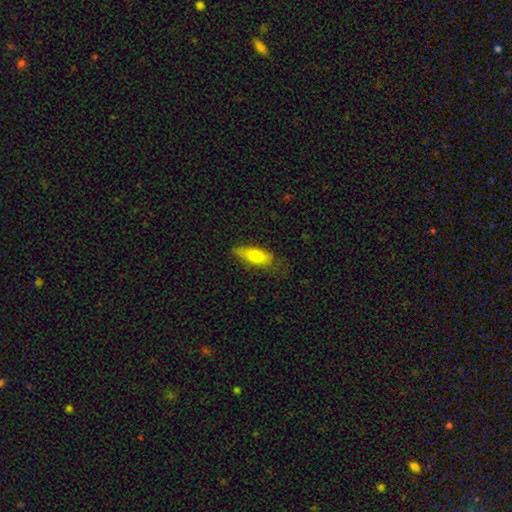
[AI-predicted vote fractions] Smooth or featured? Predicted: smooth (p=0.73). How rounded? Predicted: in between (p=0.72). Merging? Predicted: none (p=0.61).